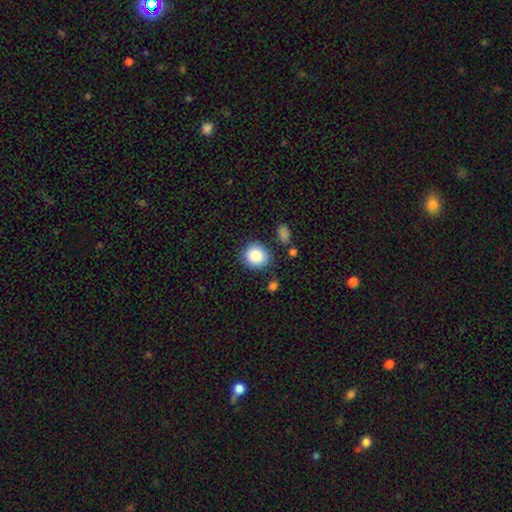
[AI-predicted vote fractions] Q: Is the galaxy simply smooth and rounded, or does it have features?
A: smooth — 86%.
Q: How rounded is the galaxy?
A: round — 83%.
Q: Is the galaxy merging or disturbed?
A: none — 82%.